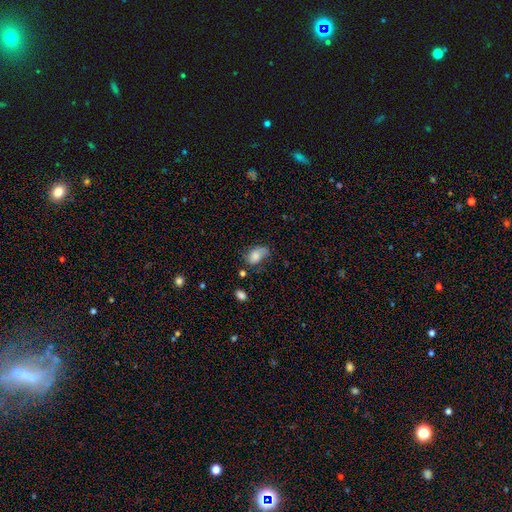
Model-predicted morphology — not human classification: Smooth or featured? Predicted: smooth (p=0.76). How rounded? Predicted: in between (p=0.87). Merging? Predicted: none (p=0.45).